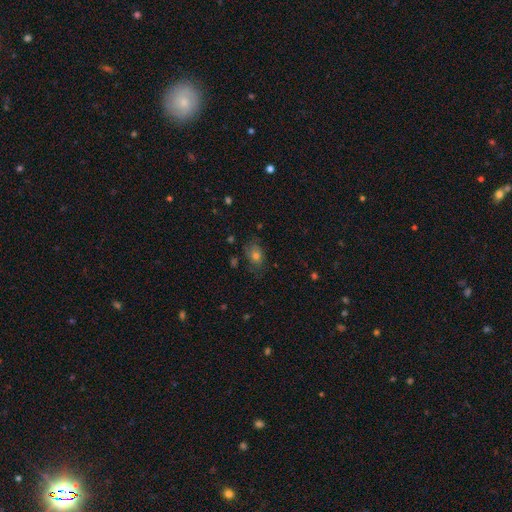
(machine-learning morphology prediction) smooth_or_featured: smooth (p=0.61) [alt: featured or disk p=0.21]
how_rounded: in between (p=0.71) [alt: round p=0.27]
merging: none (p=0.70) [alt: minor disturbance p=0.20]